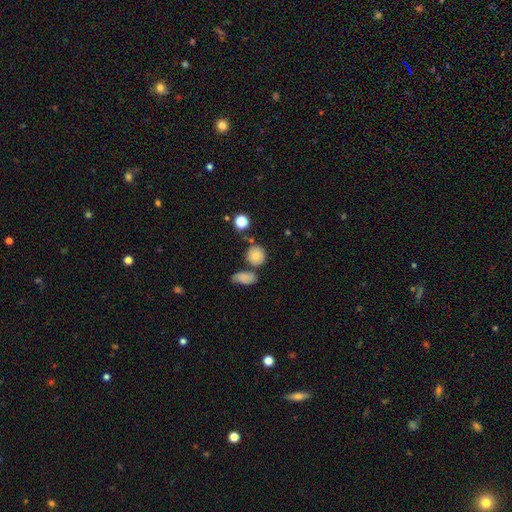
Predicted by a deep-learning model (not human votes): This is clearly a smooth galaxy (80%). How rounded: likely round (79%). Merging: likely none (62%).